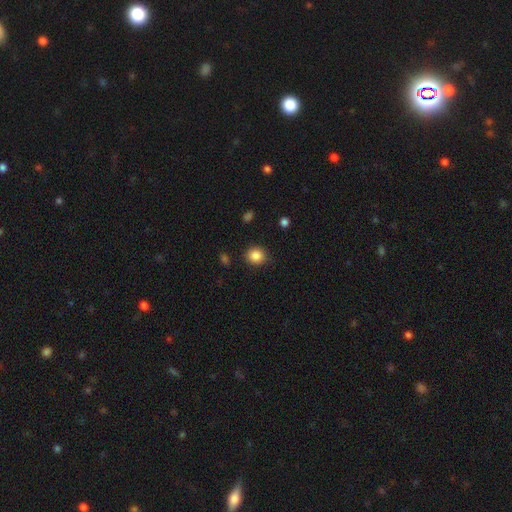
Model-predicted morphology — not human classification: Smooth or featured?
  - smooth: 86% *
  - star or artifact: 10%
  - featured or disk: 4%
How rounded?
  - round: 85% *
  - in between: 14%
  - cigar-shaped: 1%
Merging?
  - none: 87% *
  - minor disturbance: 9%
  - major disturbance: 2%
  - merger: 1%